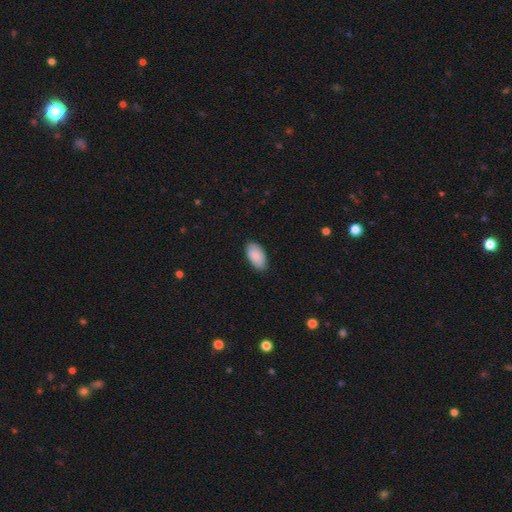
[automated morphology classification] Q: Smooth or featured?
A: smooth (88%); runner-up: featured or disk (6%)
Q: How rounded?
A: in between (95%); runner-up: cigar-shaped (3%)
Q: Merging?
A: none (83%); runner-up: minor disturbance (14%)